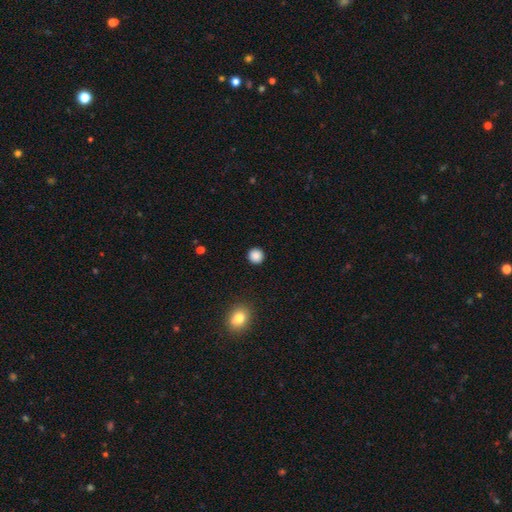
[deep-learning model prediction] Overall: smooth (87%). How rounded: round (94%). Merging: none (92%).